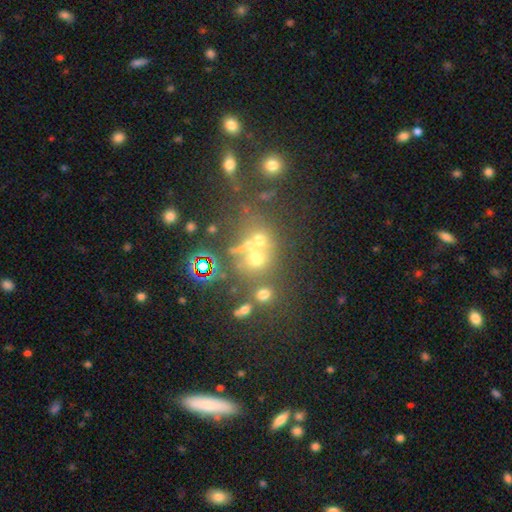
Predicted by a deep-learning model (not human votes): This is possibly a smooth galaxy (47%). Merging: possibly none (48%).